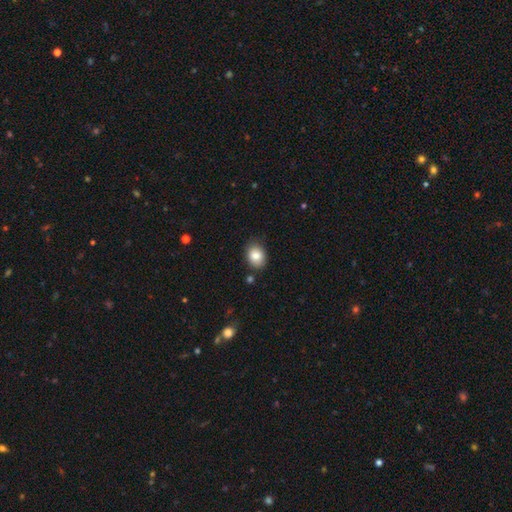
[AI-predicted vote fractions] Smooth or featured: smooth — 83% (featured or disk — 8%)
How rounded: in between — 65% (round — 34%)
Merging: none — 80% (minor disturbance — 15%)